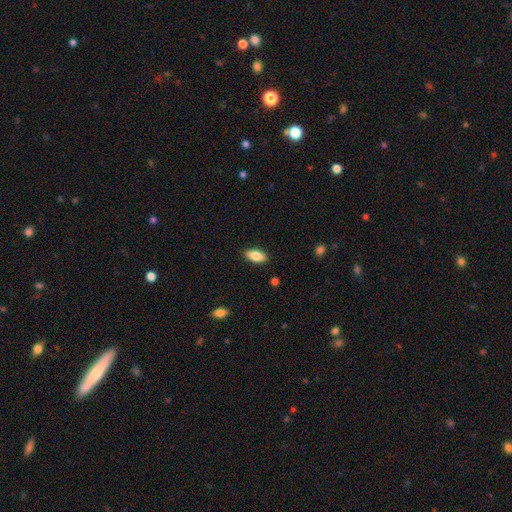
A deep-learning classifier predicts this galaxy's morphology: Q: Smooth or featured?
A: smooth (83%); runner-up: featured or disk (11%)
Q: How rounded?
A: in between (90%); runner-up: cigar-shaped (8%)
Q: Merging?
A: none (88%); runner-up: minor disturbance (9%)